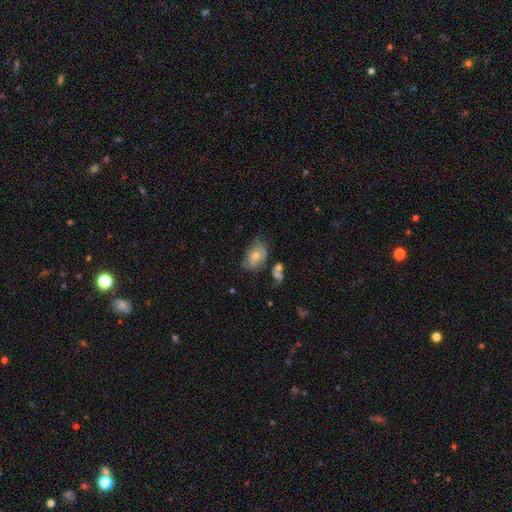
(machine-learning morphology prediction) Smooth or featured?
  - smooth: 45% *
  - featured or disk: 43%
  - star or artifact: 11%
Merging?
  - none: 49% *
  - minor disturbance: 29%
  - major disturbance: 13%
  - merger: 10%